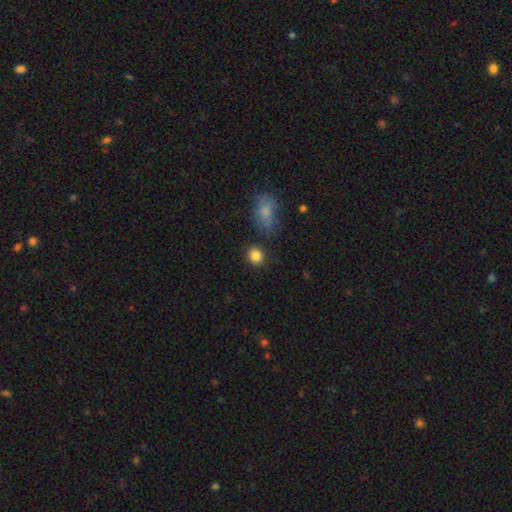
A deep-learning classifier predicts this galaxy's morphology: smooth_or_featured: smooth (p=0.85) [alt: star or artifact p=0.10]
how_rounded: round (p=0.80) [alt: in between p=0.19]
merging: none (p=0.85) [alt: minor disturbance p=0.09]